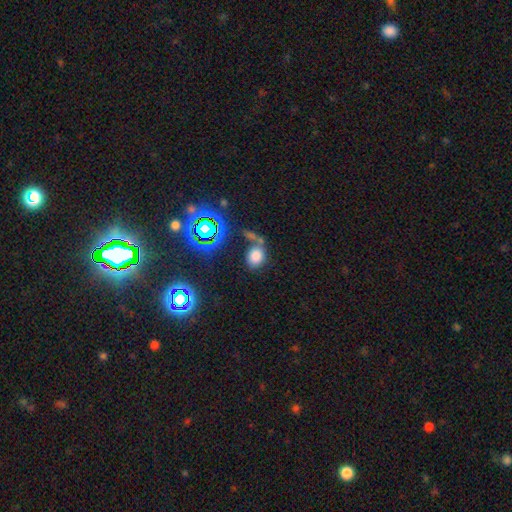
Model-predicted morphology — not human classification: Smooth or featured? Predicted: smooth (p=0.73). How rounded? Predicted: in between (p=0.55). Merging? Predicted: none (p=0.48).